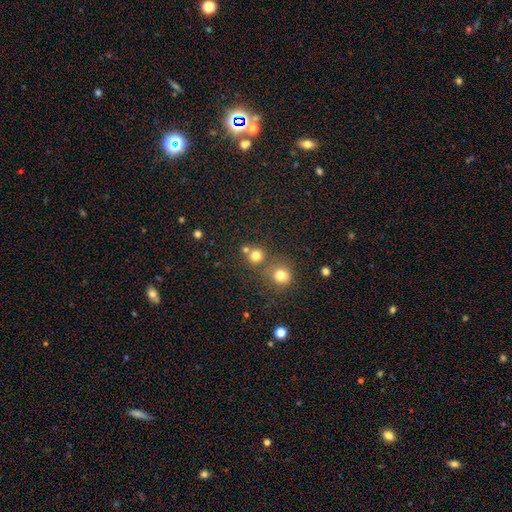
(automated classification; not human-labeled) This appears to be a smooth galaxy with no disk features (76%) that is round (90%). Merging: none (64%).